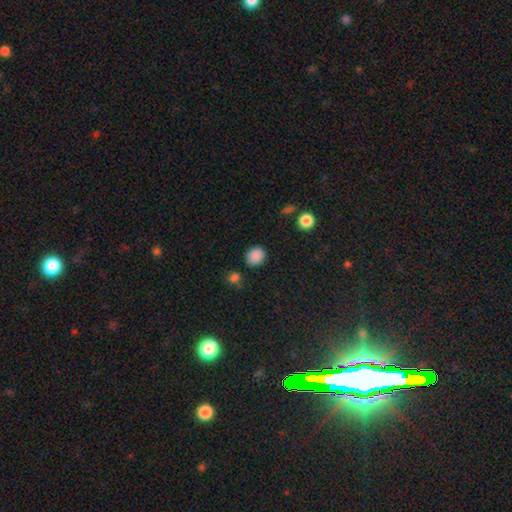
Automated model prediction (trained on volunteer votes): This is clearly a smooth galaxy (87%). How rounded: likely round (64%). Merging: clearly none (82%).